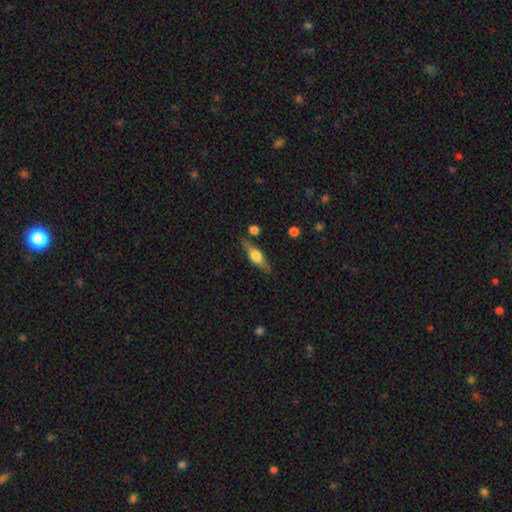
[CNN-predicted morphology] This appears to be a featured or disk galaxy (62%) viewed edge-on (95%) with a rounded central bulge (92%). Merging: none (82%).